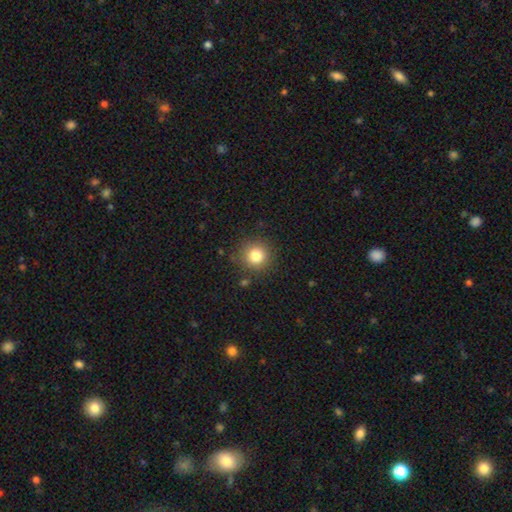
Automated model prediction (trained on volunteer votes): smooth 81%, star or artifact 12%, featured or disk 7%. Down the decision tree: how rounded — round (93%); merging — none (86%).